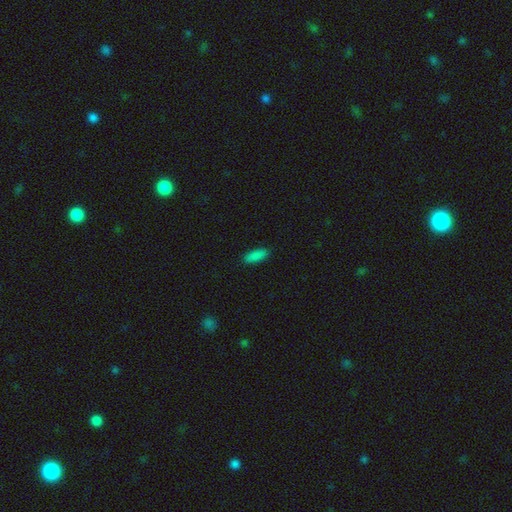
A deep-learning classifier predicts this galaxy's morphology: smooth_or_featured: smooth (p=0.88) [alt: star or artifact p=0.08]
how_rounded: in between (p=0.69) [alt: cigar-shaped p=0.29]
merging: none (p=0.88) [alt: minor disturbance p=0.09]